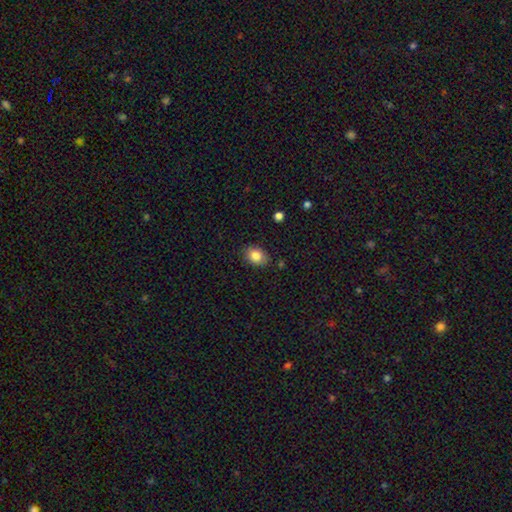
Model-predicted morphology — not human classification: smooth 83%, star or artifact 9%, featured or disk 8%. Down the decision tree: how rounded — in between (68%); merging — none (86%).